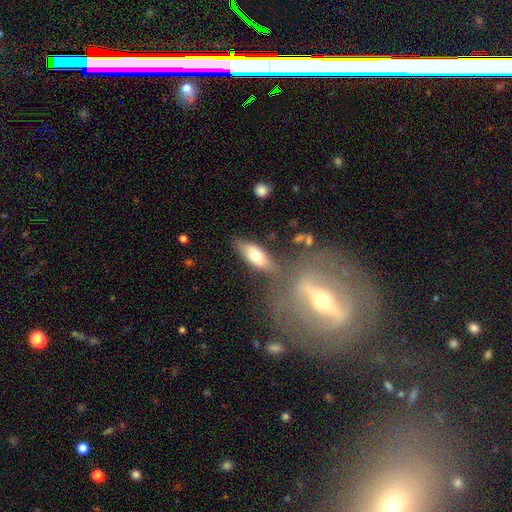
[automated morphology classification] Smooth or featured? Predicted: smooth (p=0.70). How rounded? Predicted: in between (p=0.68). Merging? Predicted: none (p=0.67).